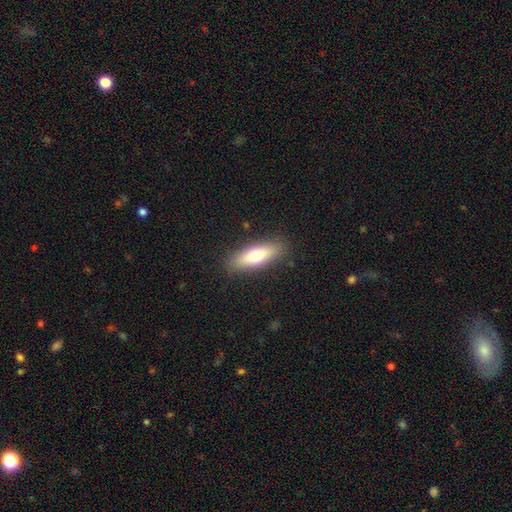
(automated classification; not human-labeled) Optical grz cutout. It shows a smooth galaxy with no disk features (68%) that is in between round and cigar-shaped (53%). Merging: none (88%).